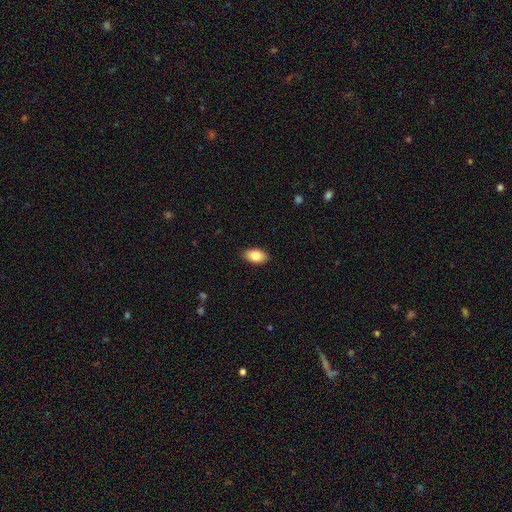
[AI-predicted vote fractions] This appears to be a smooth galaxy with no disk features (84%) that is in between round and cigar-shaped (93%). Merging: none (89%).